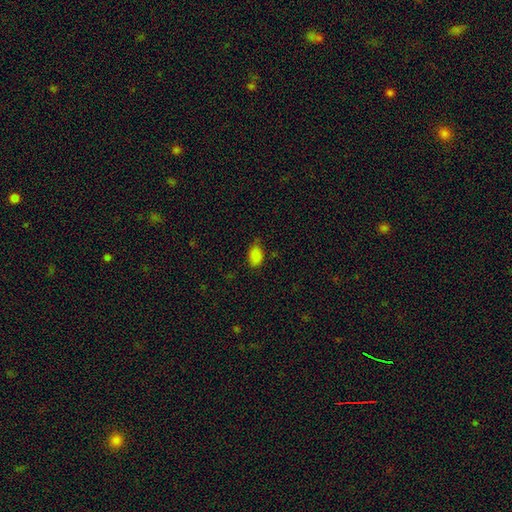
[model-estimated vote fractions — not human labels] This is clearly a smooth galaxy (85%). How rounded: clearly in between (88%). Merging: likely none (65%).